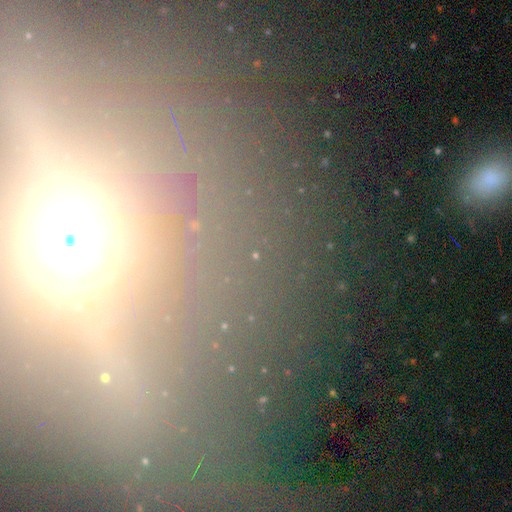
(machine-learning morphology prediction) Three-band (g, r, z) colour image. It shows a star or artifact, not a galaxy (65%).